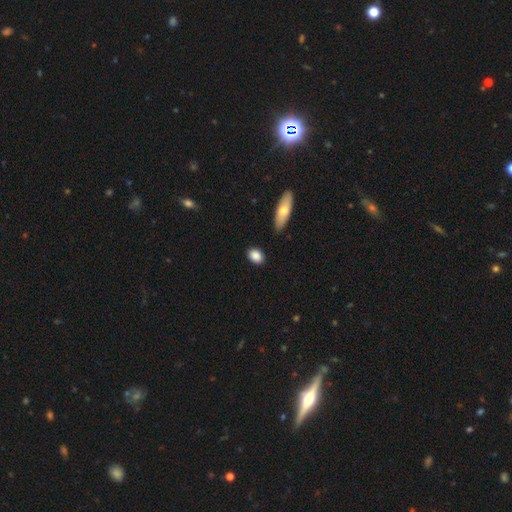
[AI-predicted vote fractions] Morphology: type=smooth (88%); roundness=in between (76%); merging=none (86%).